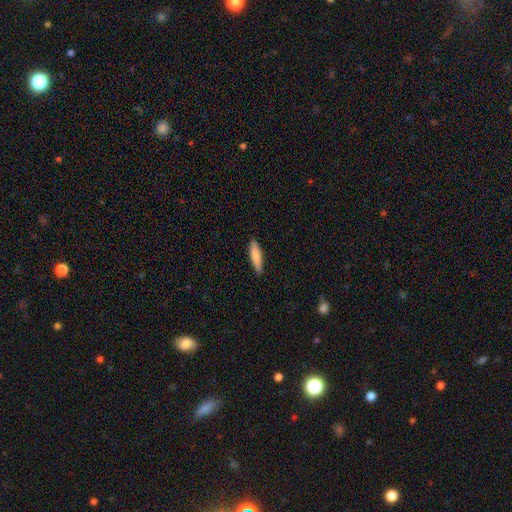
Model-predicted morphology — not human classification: Smooth or featured?
  - smooth: 81% *
  - featured or disk: 14%
  - star or artifact: 5%
How rounded?
  - cigar-shaped: 74% *
  - in between: 24%
  - round: 2%
Merging?
  - none: 90% *
  - minor disturbance: 8%
  - major disturbance: 2%
  - merger: 1%